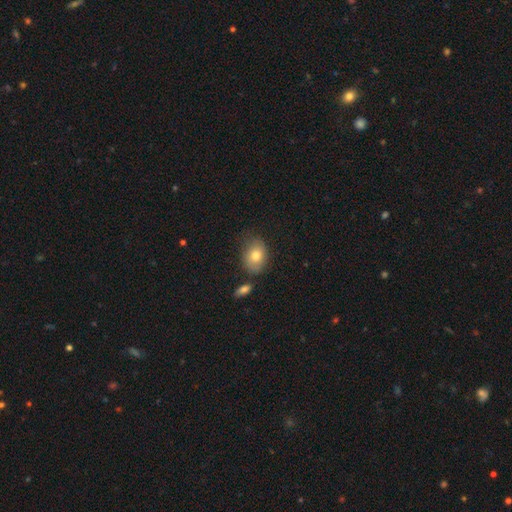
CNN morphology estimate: Q: Smooth or featured?
A: smooth (77%); runner-up: featured or disk (14%)
Q: How rounded?
A: in between (73%); runner-up: round (25%)
Q: Merging?
A: none (69%); runner-up: minor disturbance (19%)